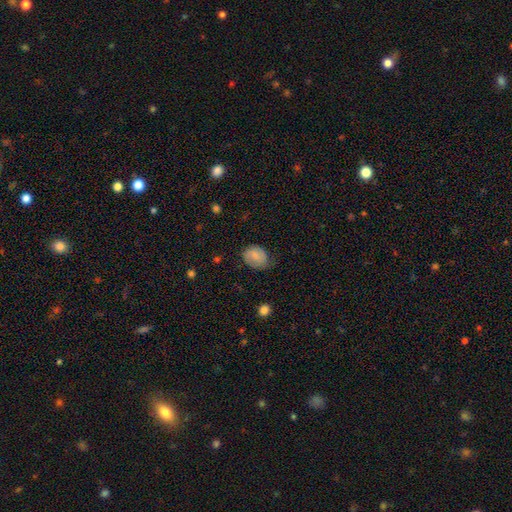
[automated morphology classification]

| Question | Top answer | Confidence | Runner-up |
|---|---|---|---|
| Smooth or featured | smooth | 72% | featured or disk (21%) |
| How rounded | in between | 54% | round (45%) |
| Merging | none | 61% | minor disturbance (30%) |